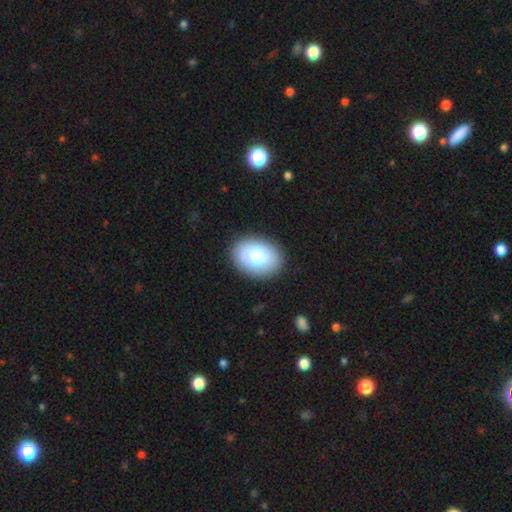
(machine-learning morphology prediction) Smooth or featured? Predicted: smooth (p=0.77). How rounded? Predicted: in between (p=0.74). Merging? Predicted: none (p=0.89).